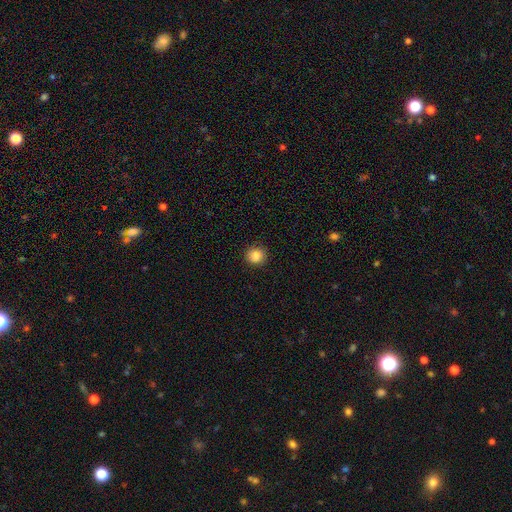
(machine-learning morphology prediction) This is clearly a smooth galaxy (86%). How rounded: clearly round (90%). Merging: clearly none (90%).